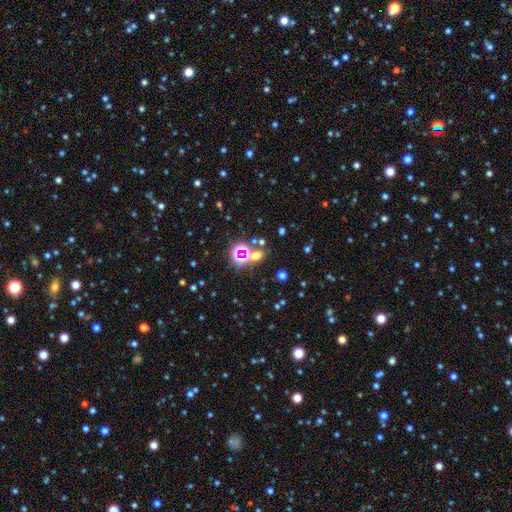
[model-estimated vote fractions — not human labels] Smooth or featured? star or artifact (52%)